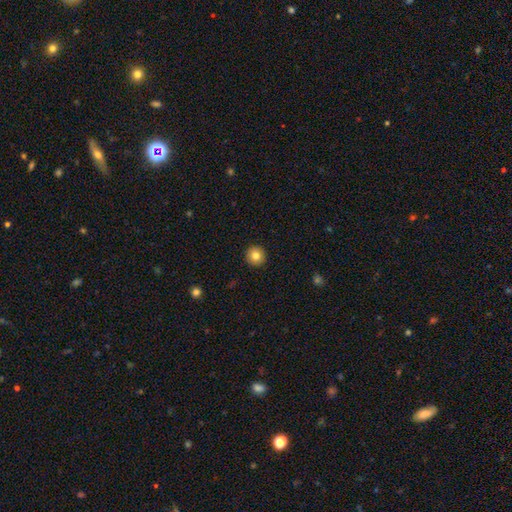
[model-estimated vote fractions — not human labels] Smooth or featured: smooth — 81% (star or artifact — 10%)
How rounded: round — 95% (in between — 4%)
Merging: none — 93% (minor disturbance — 5%)